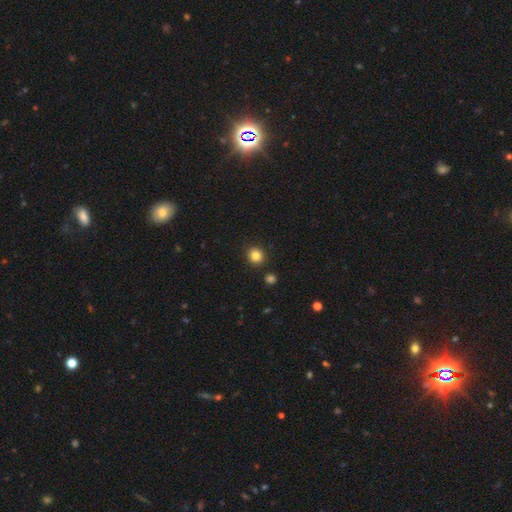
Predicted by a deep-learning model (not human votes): Smooth or featured?
  - smooth: 83% *
  - star or artifact: 11%
  - featured or disk: 5%
How rounded?
  - round: 87% *
  - in between: 13%
  - cigar-shaped: 1%
Merging?
  - none: 90% *
  - minor disturbance: 6%
  - merger: 2%
  - major disturbance: 2%